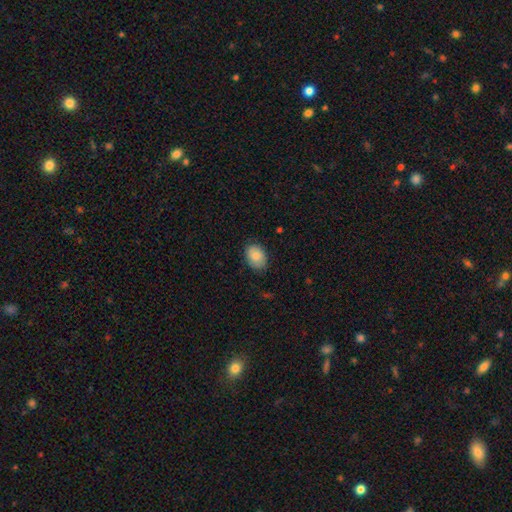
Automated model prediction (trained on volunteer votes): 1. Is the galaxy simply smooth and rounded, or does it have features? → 86% smooth, 7% featured or disk, 7% star or artifact.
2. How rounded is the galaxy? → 76% in between, 23% round, 1% cigar-shaped.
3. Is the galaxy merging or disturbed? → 82% none, 14% minor disturbance, 3% major disturbance, 1% merger.